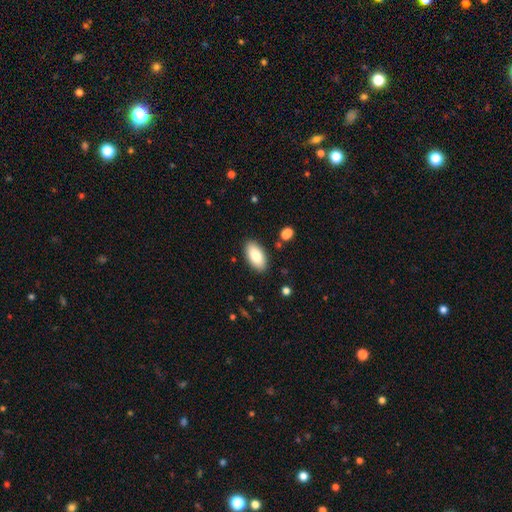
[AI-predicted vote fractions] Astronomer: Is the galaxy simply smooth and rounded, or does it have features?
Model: smooth — 83%.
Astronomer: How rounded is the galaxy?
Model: in between — 93%.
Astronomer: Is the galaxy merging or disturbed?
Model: none — 88%.